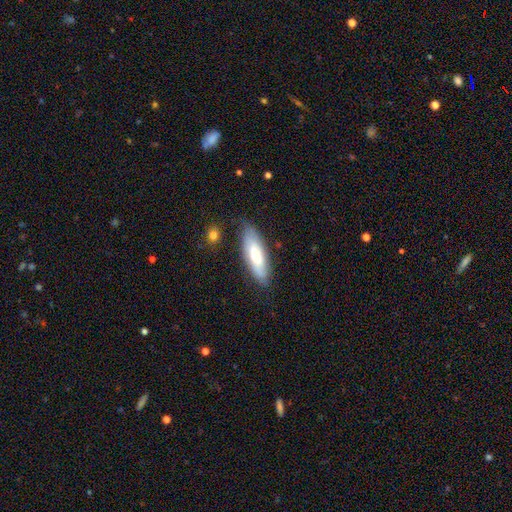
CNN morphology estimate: Smooth or featured? smooth (64%)
How rounded? in between (58%)
Merging? none (74%)